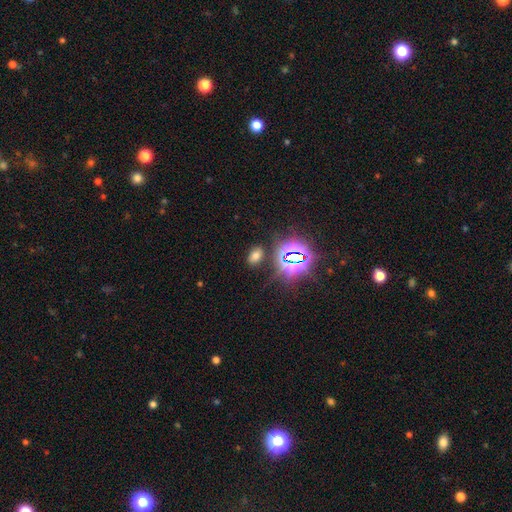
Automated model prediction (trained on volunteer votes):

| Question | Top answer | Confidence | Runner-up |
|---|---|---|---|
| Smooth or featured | smooth | 57% | star or artifact (36%) |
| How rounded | in between | 86% | round (12%) |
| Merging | none | 83% | minor disturbance (10%) |